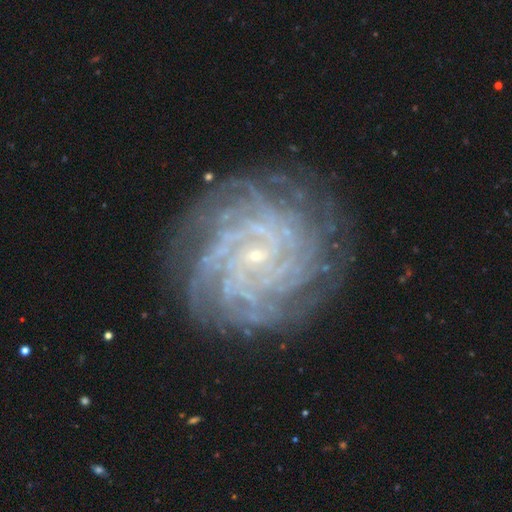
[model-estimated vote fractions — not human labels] smooth_or_featured: featured or disk (p=0.87) [alt: star or artifact p=0.07]
disk_edge_on: no (p=0.97) [alt: yes p=0.03]
bar: no (p=0.64) [alt: weak p=0.26]
has_spiral_arms: yes (p=0.98) [alt: no p=0.02]
spiral_winding: tight (p=0.82) [alt: medium p=0.15]
spiral_arm_count: more than 4 (p=0.36) [alt: can't tell p=0.19]
bulge_size: small (p=0.87) [alt: moderate p=0.07]
merging: none (p=0.82) [alt: minor disturbance p=0.12]